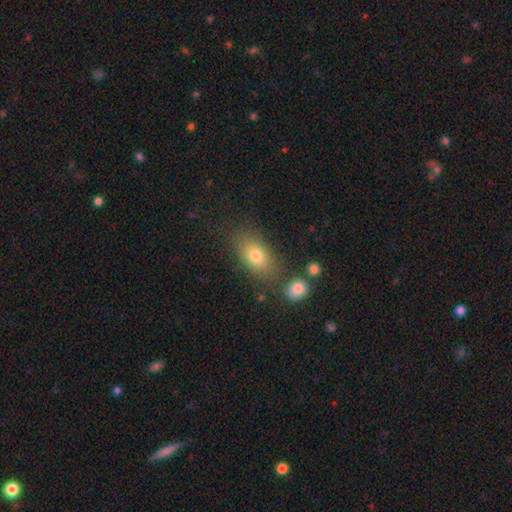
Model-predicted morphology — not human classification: Overall: smooth (77%). How rounded: in between (85%). Merging: none (75%).